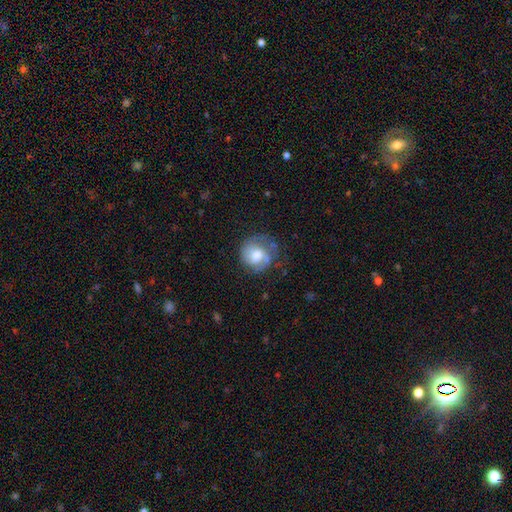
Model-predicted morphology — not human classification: A featured or disk galaxy (52%) with no bar (60%), spiral arms (80%) and a moderate central bulge (67%). Merging: none (59%).